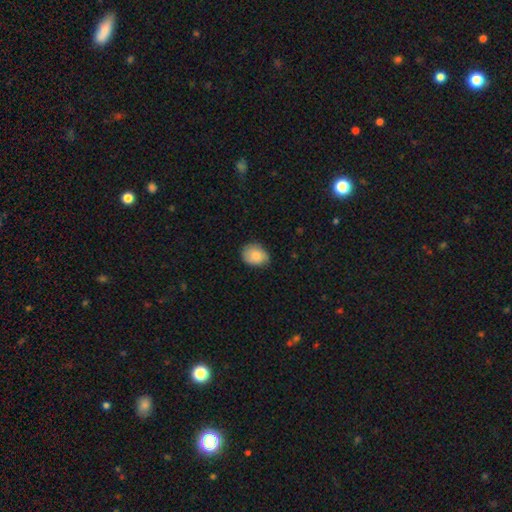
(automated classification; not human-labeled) Smooth or featured?
  - smooth: 83% *
  - featured or disk: 10%
  - star or artifact: 7%
How rounded?
  - in between: 55% *
  - round: 44%
  - cigar-shaped: 1%
Merging?
  - none: 72% *
  - minor disturbance: 24%
  - major disturbance: 4%
  - merger: 1%